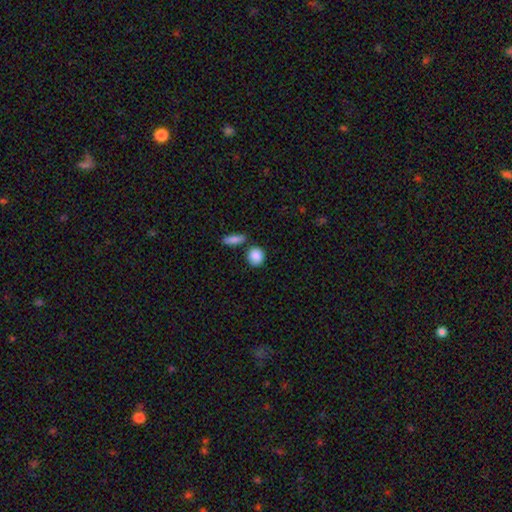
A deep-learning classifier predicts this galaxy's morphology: A smooth galaxy with no disk features (88%) that is round (72%).

Vote fractions:
- Smooth or featured? smooth: 88% / star or artifact: 7% / featured or disk: 4%
- How rounded? round: 72% / in between: 25% / cigar-shaped: 3%
- Merging? none: 74% / minor disturbance: 12% / merger: 11% / major disturbance: 3%